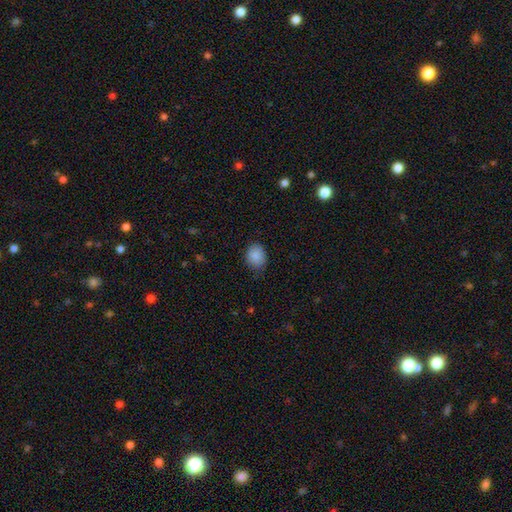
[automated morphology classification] The model was most divided on "how rounded": in between: 50%, round: 49%, cigar-shaped: 1%. More confident: smooth or featured — smooth (89%); merging — none (76%).